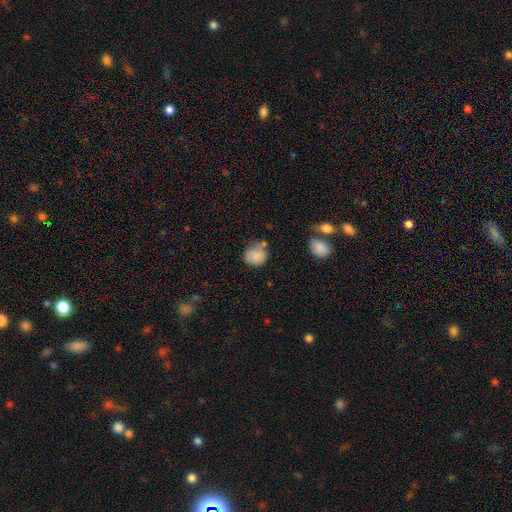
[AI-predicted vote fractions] A smooth galaxy with no disk features (83%) that is round (75%). Merging: none (56%).